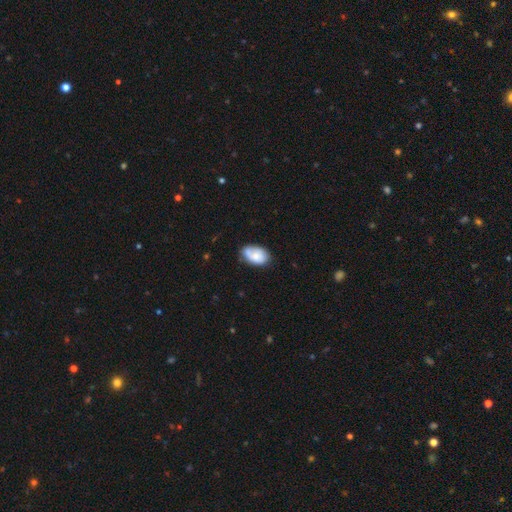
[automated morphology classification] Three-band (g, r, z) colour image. It shows a smooth galaxy with no disk features (70%) that is in between round and cigar-shaped (89%). Merging: none (51%).